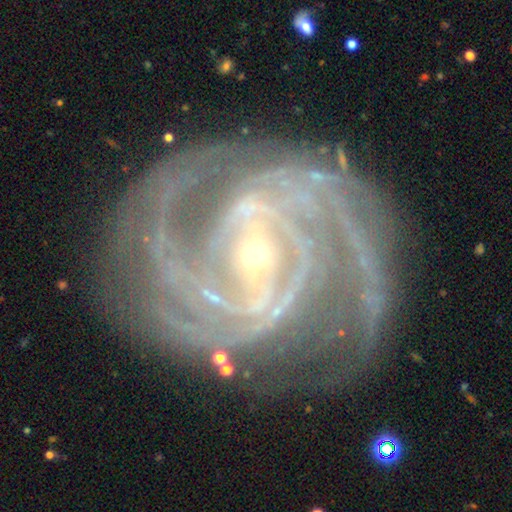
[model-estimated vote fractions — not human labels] Smooth or featured? featured or disk (92%)
Edge-on disk? no (98%)
Bar? strong (41%)
Spiral arms? yes (99%)
Spiral winding? tight (56%)
Spiral arm count? 2 (40%)
Bulge size? small (78%)
Merging? none (77%)